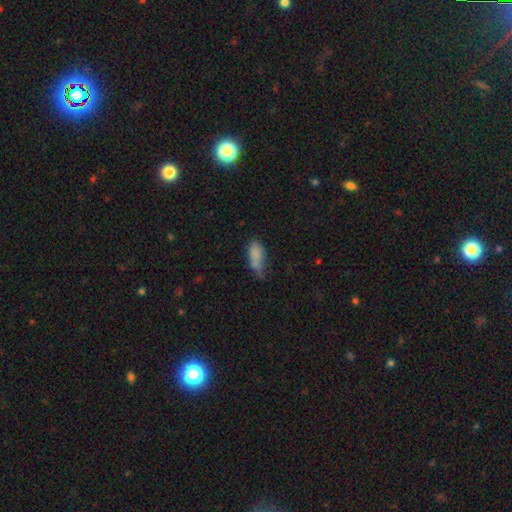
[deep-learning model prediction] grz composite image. It shows a smooth galaxy with no disk features (79%) that is in between round and cigar-shaped (82%). Merging: minor disturbance (38%).